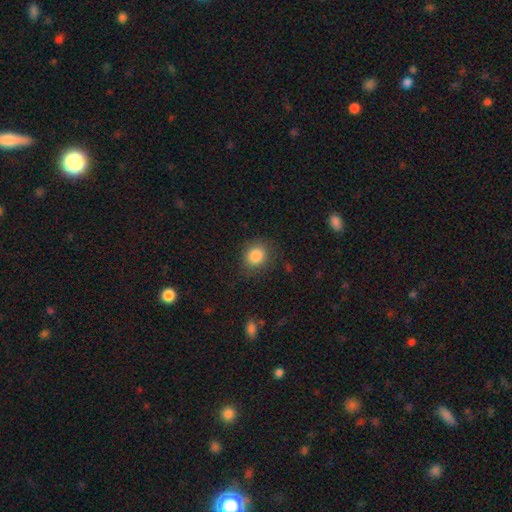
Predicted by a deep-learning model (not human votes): Smooth or featured? Predicted: smooth (p=0.86). How rounded? Predicted: round (p=0.75). Merging? Predicted: none (p=0.82).